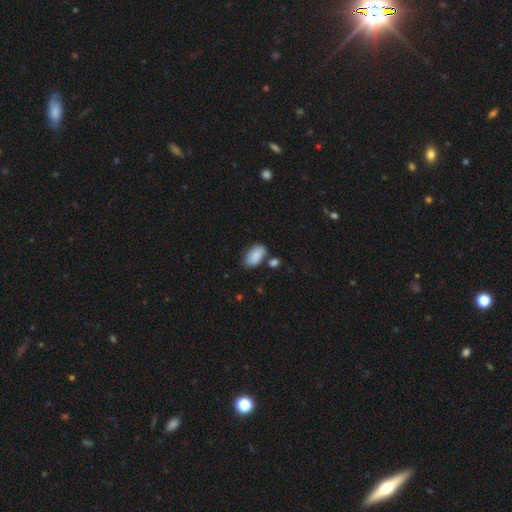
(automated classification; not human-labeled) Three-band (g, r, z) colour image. It shows a smooth galaxy with no disk features (88%) that is in between round and cigar-shaped (94%). Merging: none (65%).